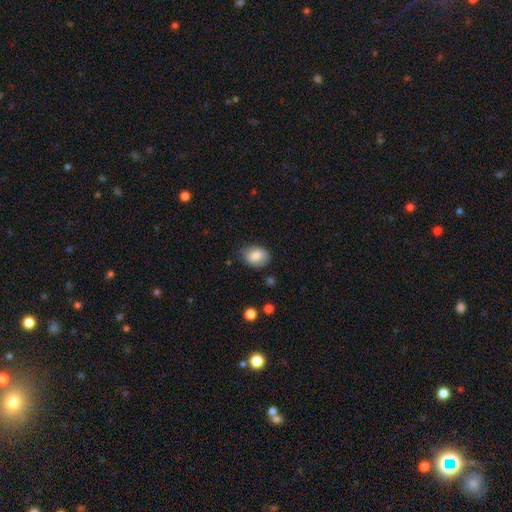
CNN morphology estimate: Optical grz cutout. It shows a smooth galaxy with no disk features (82%) that is in between round and cigar-shaped (73%). Merging: none (72%).